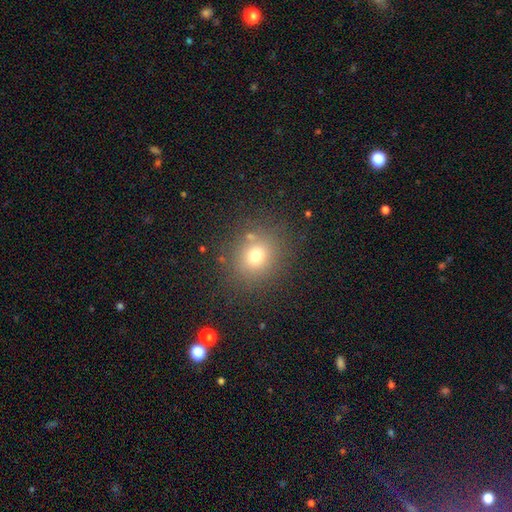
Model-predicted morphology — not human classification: The model was most divided on "smooth or featured": smooth: 71%, star or artifact: 18%, featured or disk: 11%. More confident: merging — none (82%); how rounded — round (77%).